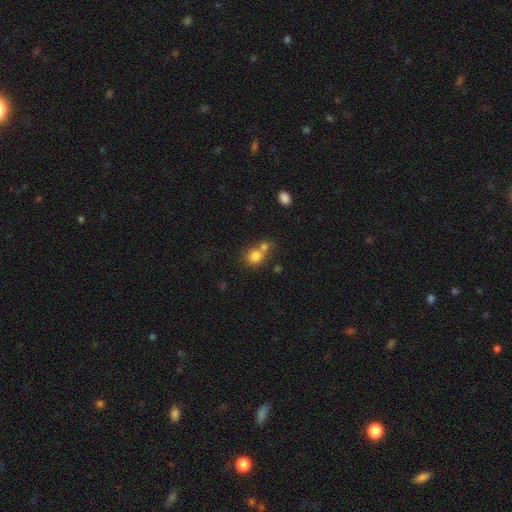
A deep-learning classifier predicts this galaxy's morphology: Q: Smooth or featured?
A: smooth (79%); runner-up: star or artifact (12%)
Q: How rounded?
A: round (80%); runner-up: in between (19%)
Q: Merging?
A: merger (45%); runner-up: none (44%)